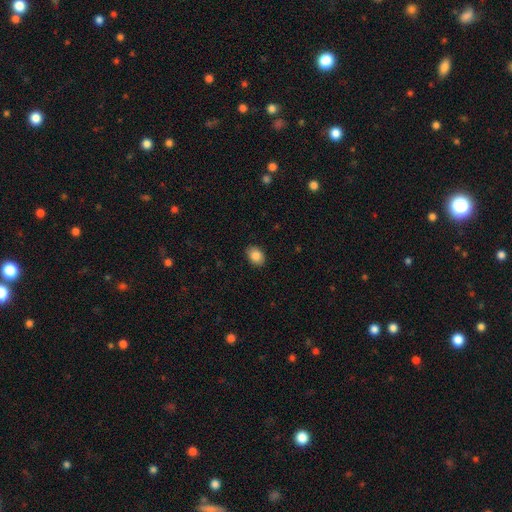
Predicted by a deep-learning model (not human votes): This is clearly a smooth galaxy (86%). How rounded: likely in between (73%). Merging: clearly none (88%).